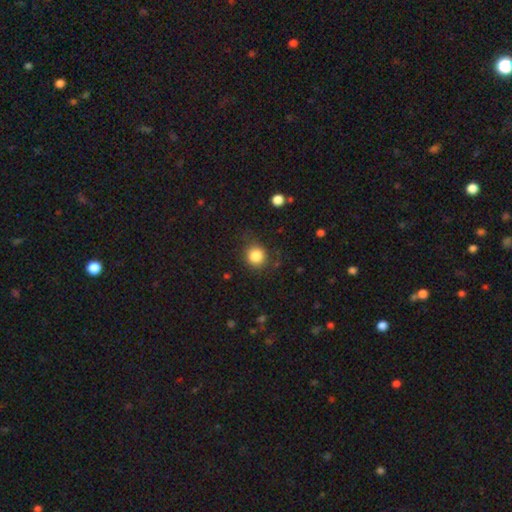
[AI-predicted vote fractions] Smooth or featured: smooth — 84% (star or artifact — 11%)
How rounded: round — 86% (in between — 13%)
Merging: none — 80% (minor disturbance — 14%)